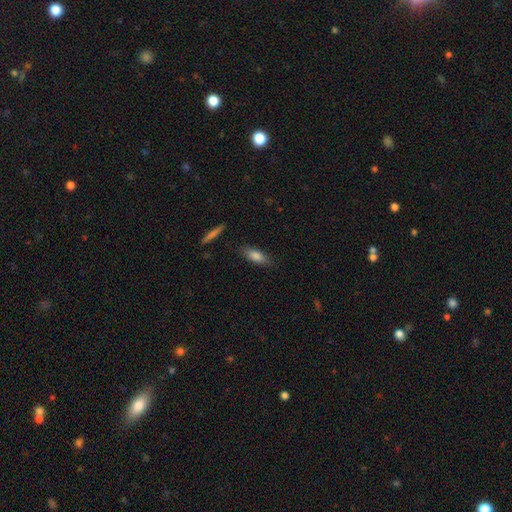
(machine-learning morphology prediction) This appears to be a smooth galaxy with no disk features (81%) that is in between round and cigar-shaped (62%). Merging: none (82%).